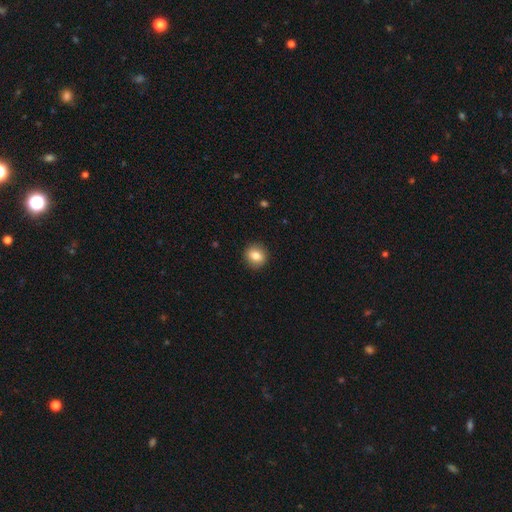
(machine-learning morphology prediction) type=smooth (81%); roundness=round (81%); merging=none (90%).